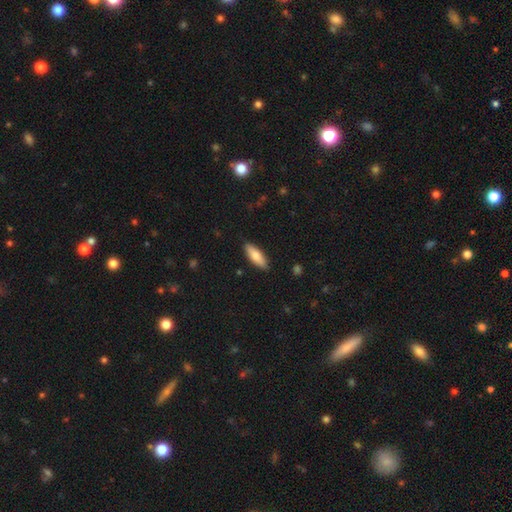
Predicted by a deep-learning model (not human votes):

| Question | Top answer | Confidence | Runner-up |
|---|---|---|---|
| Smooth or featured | smooth | 78% | featured or disk (17%) |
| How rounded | in between | 63% | cigar-shaped (35%) |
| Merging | none | 88% | minor disturbance (9%) |